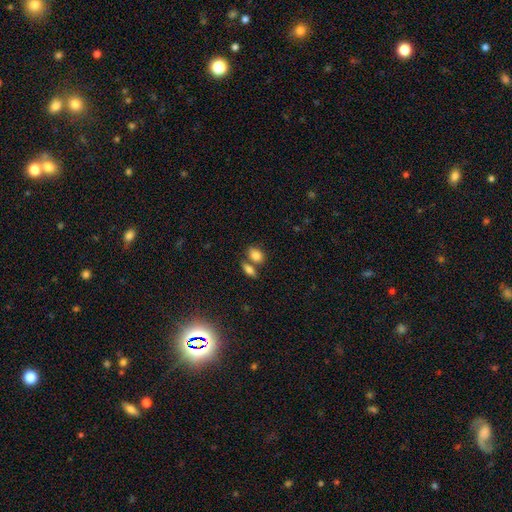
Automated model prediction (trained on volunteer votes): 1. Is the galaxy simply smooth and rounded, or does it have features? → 82% smooth, 9% star or artifact, 9% featured or disk.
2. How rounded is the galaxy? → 79% in between, 17% round, 3% cigar-shaped.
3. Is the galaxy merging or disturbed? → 49% none, 37% merger, 11% minor disturbance, 4% major disturbance.